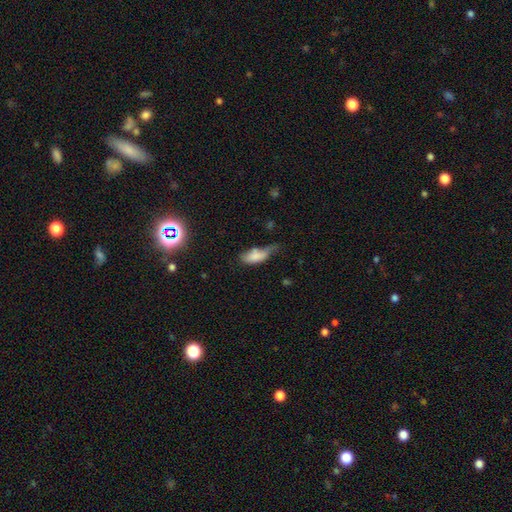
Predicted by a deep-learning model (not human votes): Smooth or featured? Predicted: smooth (p=0.75). How rounded? Predicted: in between (p=0.78). Merging? Predicted: minor disturbance (p=0.39).